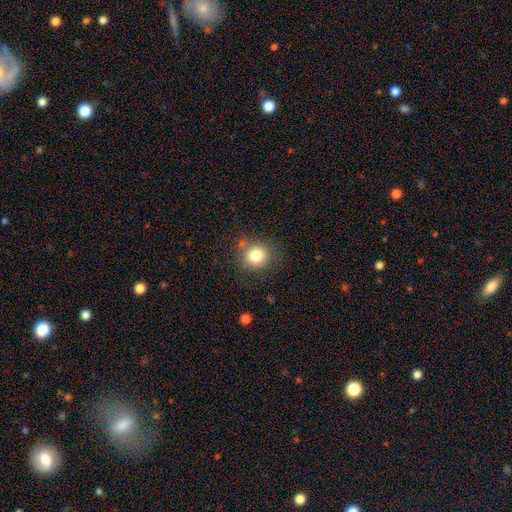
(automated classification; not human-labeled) Morphology: type=smooth (81%); roundness=round (88%); merging=none (78%).